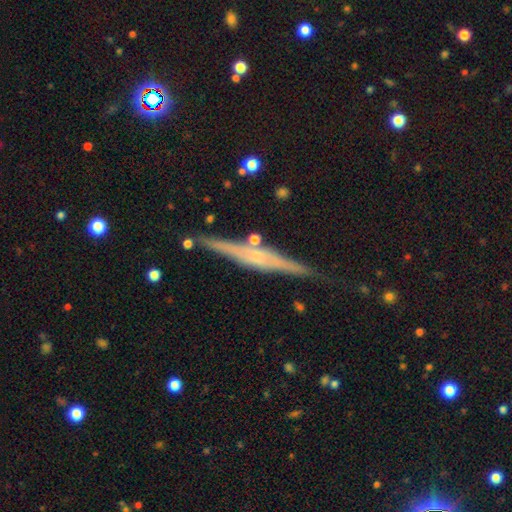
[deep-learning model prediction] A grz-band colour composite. It shows a featured or disk galaxy (70%) viewed edge-on (96%) with a rounded central bulge (58%). Merging: none (82%).